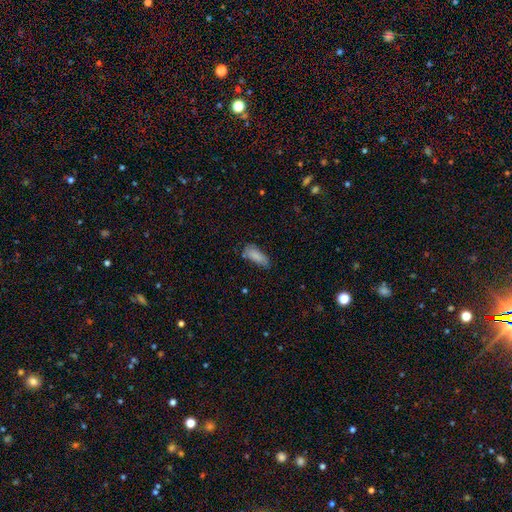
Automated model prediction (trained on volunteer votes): A smooth galaxy with no disk features (85%) that is in between round and cigar-shaped (73%). Merging: none (62%).